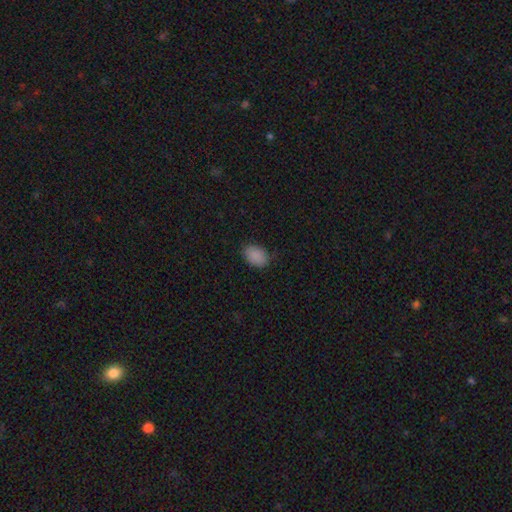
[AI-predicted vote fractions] Smooth or featured? smooth (88%)
How rounded? in between (79%)
Merging? none (79%)